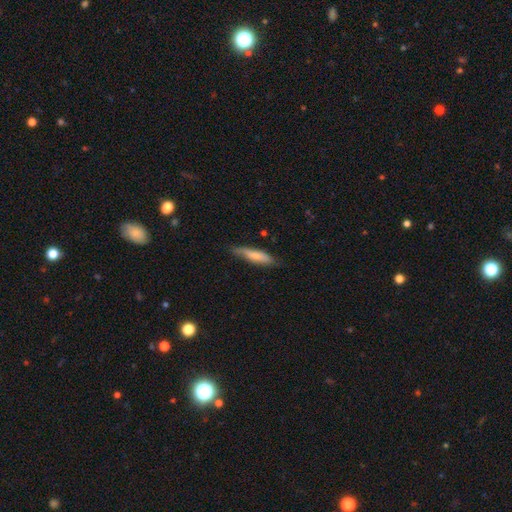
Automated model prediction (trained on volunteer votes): Smooth or featured? Predicted: smooth (p=0.70). How rounded? Predicted: cigar-shaped (p=0.78). Merging? Predicted: none (p=0.74).